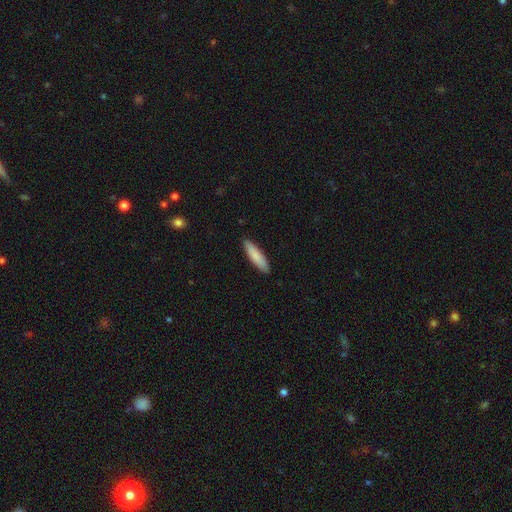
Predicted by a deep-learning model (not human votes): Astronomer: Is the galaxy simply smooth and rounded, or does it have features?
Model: smooth — 85%.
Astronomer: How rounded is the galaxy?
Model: cigar-shaped — 73%.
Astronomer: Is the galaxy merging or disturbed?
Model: none — 89%.